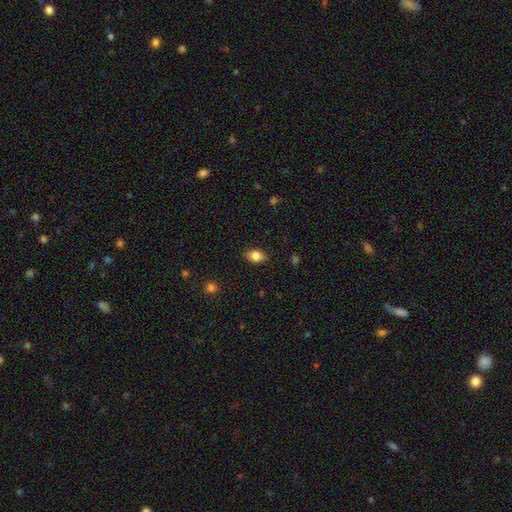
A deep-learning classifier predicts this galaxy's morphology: This is likely a smooth galaxy (79%). How rounded: likely in between (80%). Merging: clearly none (83%).